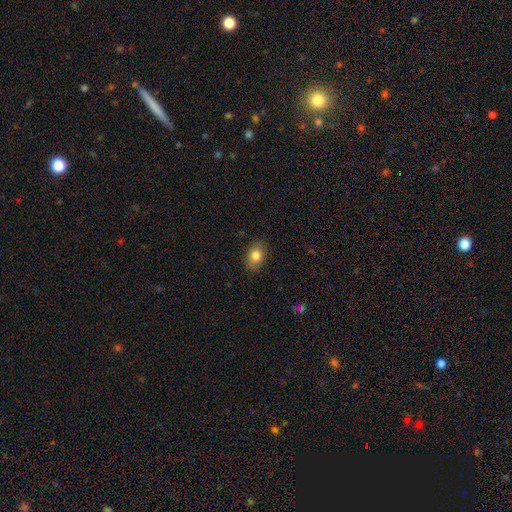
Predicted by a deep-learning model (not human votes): This appears to be a smooth galaxy with no disk features (82%) that is in between round and cigar-shaped (76%). Merging: none (86%).